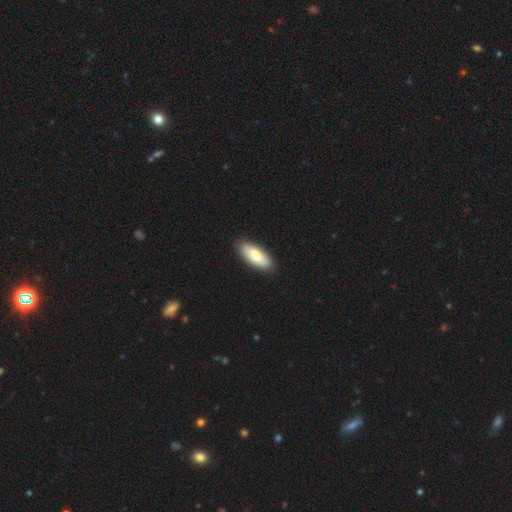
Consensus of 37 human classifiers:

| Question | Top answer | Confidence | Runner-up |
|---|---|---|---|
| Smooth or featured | smooth | 86% | featured or disk (14%) |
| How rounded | in between | 81% | cigar-shaped (19%) |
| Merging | none | 86% | minor disturbance (11%) |